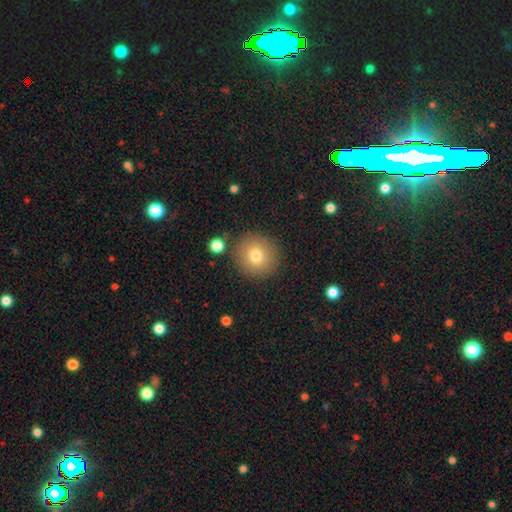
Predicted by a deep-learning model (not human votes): Smooth or featured: smooth — 76% (featured or disk — 13%)
How rounded: round — 92% (in between — 7%)
Merging: none — 86% (minor disturbance — 8%)